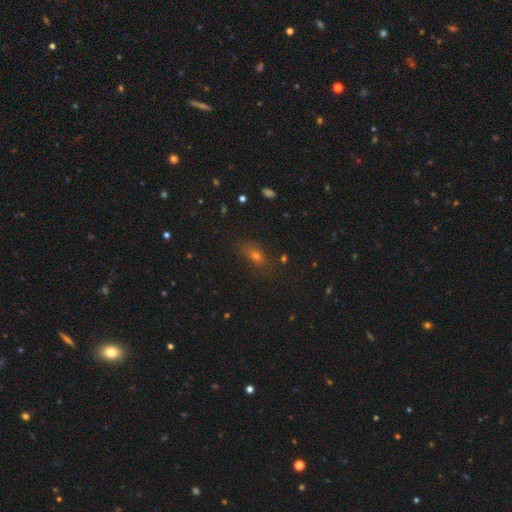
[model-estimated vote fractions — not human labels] The model was most divided on "smooth or featured": smooth: 62%, star or artifact: 24%, featured or disk: 14%. More confident: merging — none (76%); how rounded — in between (67%).